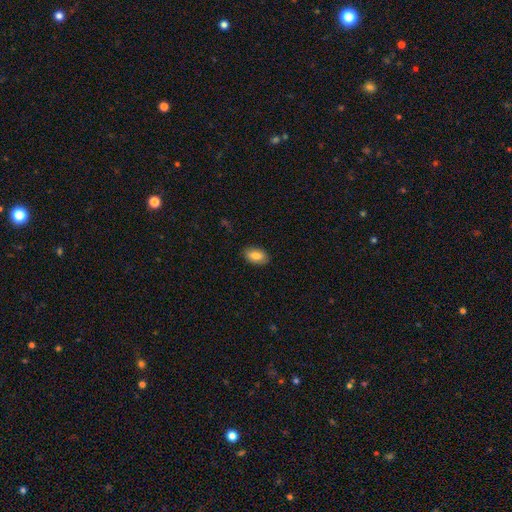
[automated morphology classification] type=smooth (82%); roundness=in between (91%); merging=none (87%).